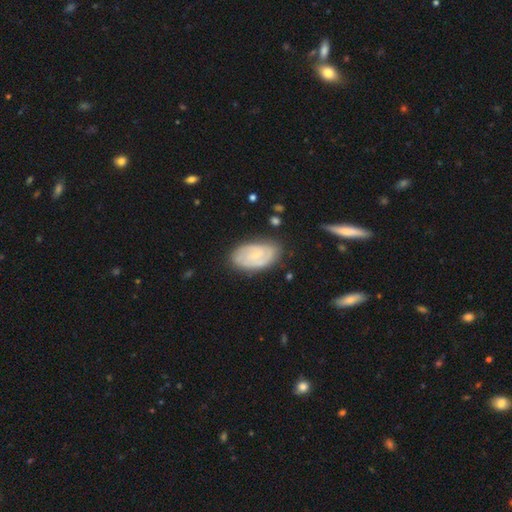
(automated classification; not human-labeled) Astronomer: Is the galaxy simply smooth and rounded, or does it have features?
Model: featured or disk — 67%.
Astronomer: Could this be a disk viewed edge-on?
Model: no — 96%.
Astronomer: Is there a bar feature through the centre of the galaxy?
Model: no — 58% (runner-up: weak, 36%).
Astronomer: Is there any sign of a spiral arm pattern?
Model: yes — 86%.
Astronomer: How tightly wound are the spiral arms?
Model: tight — 58%.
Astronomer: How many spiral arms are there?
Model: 2 — 53% (runner-up: can't tell, 29%).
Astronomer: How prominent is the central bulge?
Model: small — 73%.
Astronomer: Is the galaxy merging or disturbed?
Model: none — 77%.